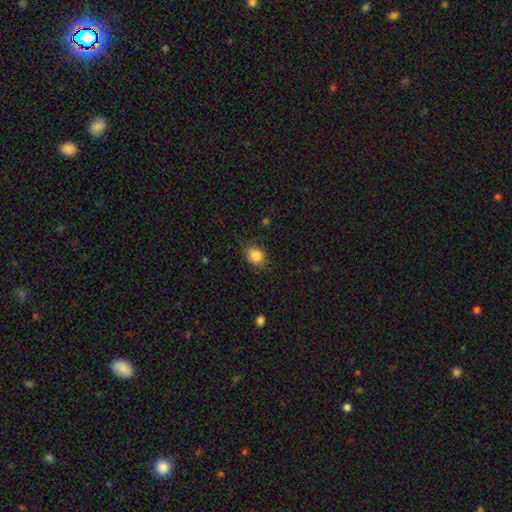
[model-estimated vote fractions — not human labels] Smooth or featured: smooth — 86% (star or artifact — 9%)
How rounded: round — 55% (in between — 44%)
Merging: none — 83% (minor disturbance — 13%)